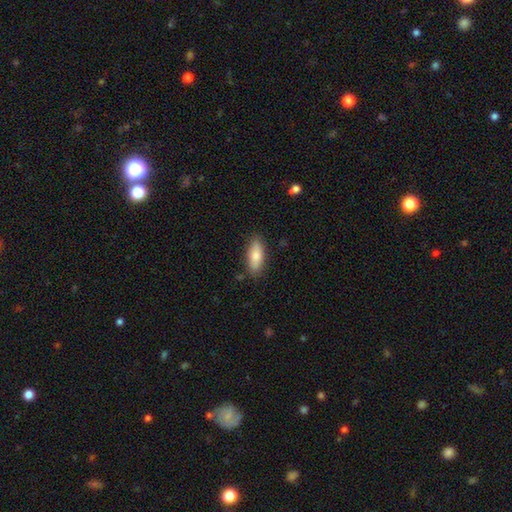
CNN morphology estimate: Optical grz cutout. It shows a smooth galaxy with no disk features (77%) that is in between round and cigar-shaped (72%). Merging: none (86%).